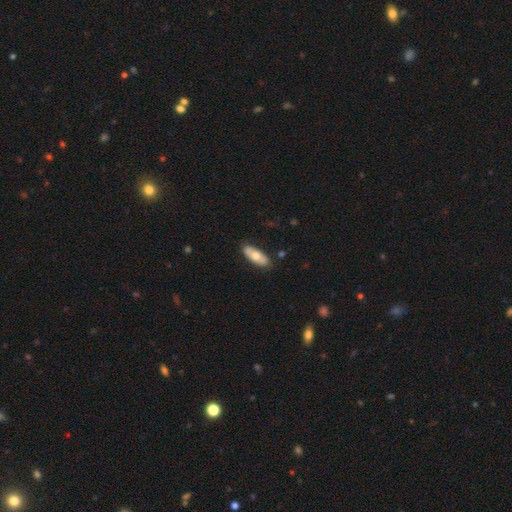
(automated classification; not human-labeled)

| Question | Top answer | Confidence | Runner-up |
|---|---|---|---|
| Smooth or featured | smooth | 61% | featured or disk (33%) |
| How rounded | in between | 78% | cigar-shaped (20%) |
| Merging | none | 85% | minor disturbance (12%) |